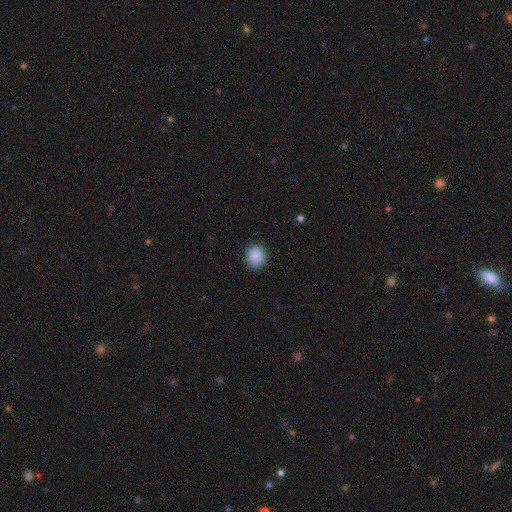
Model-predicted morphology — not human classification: smooth_or_featured: smooth (p=0.89) [alt: star or artifact p=0.08]
how_rounded: round (p=0.84) [alt: in between p=0.15]
merging: none (p=0.89) [alt: minor disturbance p=0.08]